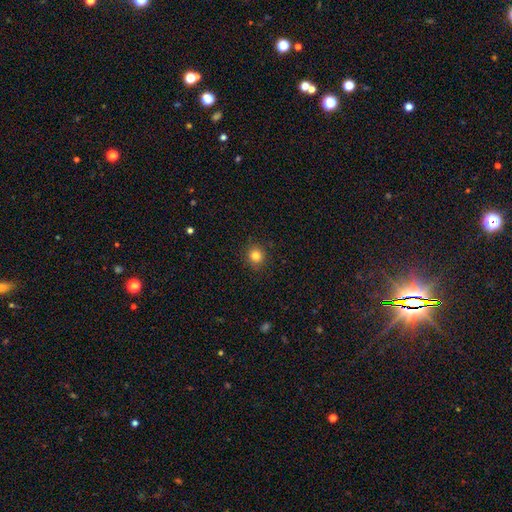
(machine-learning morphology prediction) This is clearly a smooth galaxy (82%). How rounded: clearly round (88%). Merging: clearly none (90%).